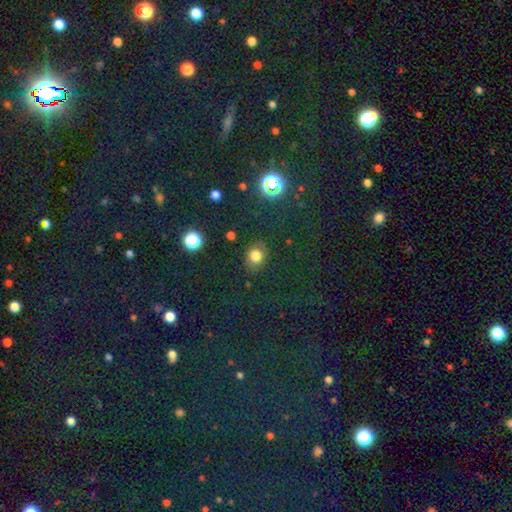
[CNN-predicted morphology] Q: Smooth or featured?
A: smooth (74%); runner-up: star or artifact (18%)
Q: How rounded?
A: round (60%); runner-up: in between (39%)
Q: Merging?
A: none (82%); runner-up: minor disturbance (12%)